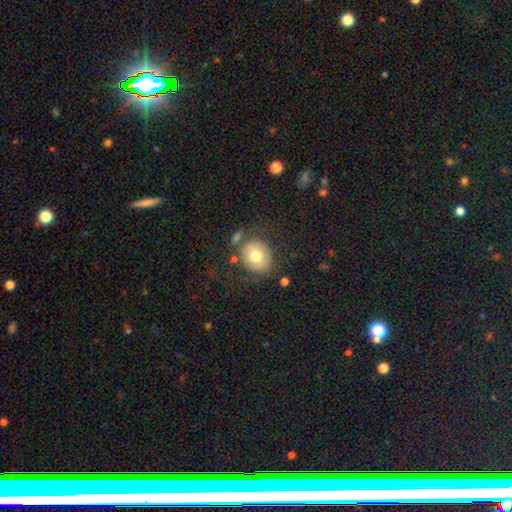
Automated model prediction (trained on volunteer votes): The model was most divided on "how rounded": round: 72%, in between: 27%, cigar-shaped: 1%. More confident: smooth or featured — smooth (71%); merging — none (68%).